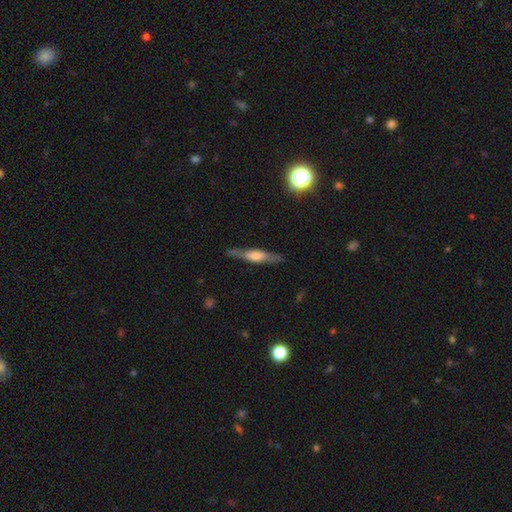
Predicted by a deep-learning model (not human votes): Smooth or featured?
  - featured or disk: 58% *
  - smooth: 36%
  - star or artifact: 6%
Edge-on disk?
  - yes: 90% *
  - no: 10%
Edge-on bulge?
  - rounded: 67% *
  - boxy: 24%
  - none: 10%
Merging?
  - none: 82% *
  - minor disturbance: 13%
  - major disturbance: 3%
  - merger: 2%